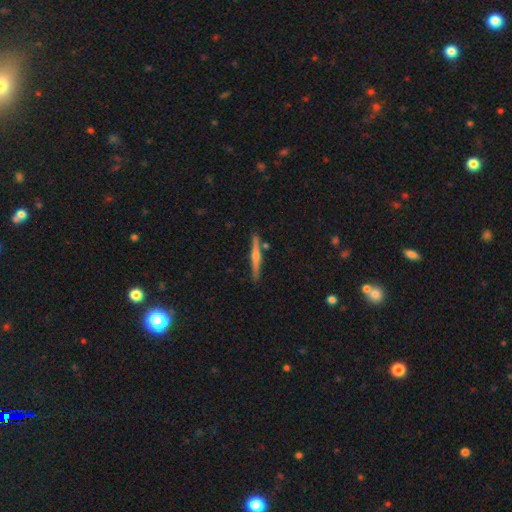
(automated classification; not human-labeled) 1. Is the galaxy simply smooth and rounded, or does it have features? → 73% featured or disk, 21% smooth, 6% star or artifact.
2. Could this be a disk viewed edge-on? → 98% yes, 2% no.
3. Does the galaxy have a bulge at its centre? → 87% rounded, 9% none, 5% boxy.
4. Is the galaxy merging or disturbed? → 89% none, 7% minor disturbance, 2% merger, 1% major disturbance.